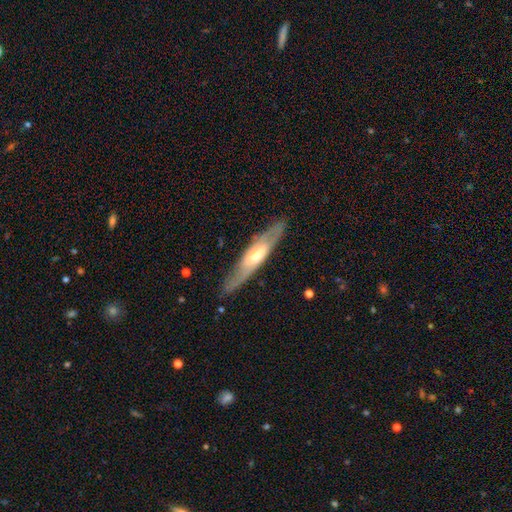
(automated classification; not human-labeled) The model was most divided on "edge-on disk": yes: 59%, no: 41%. More confident: merging — none (83%); smooth or featured — featured or disk (66%).